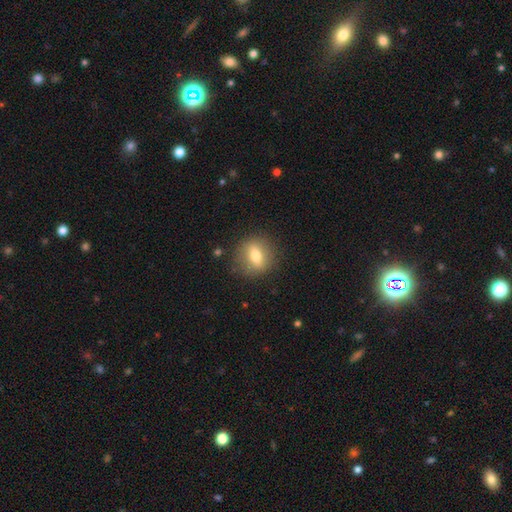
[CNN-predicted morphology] smooth 60%, featured or disk 32%, star or artifact 9%. Down the decision tree: how rounded — round (63%); merging — none (85%).